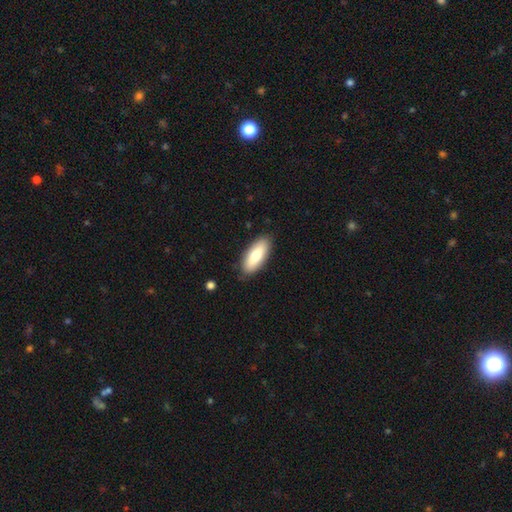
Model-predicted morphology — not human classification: Smooth or featured? smooth (75%)
How rounded? in between (78%)
Merging? none (86%)